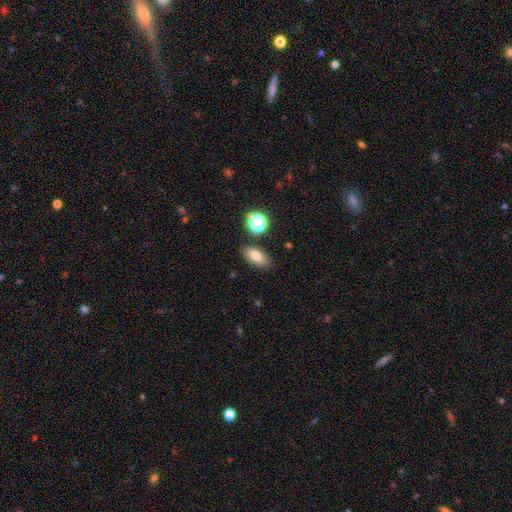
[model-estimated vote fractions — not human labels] Smooth or featured?
  - smooth: 76% *
  - featured or disk: 12%
  - star or artifact: 12%
How rounded?
  - in between: 86% *
  - round: 9%
  - cigar-shaped: 6%
Merging?
  - none: 83% *
  - minor disturbance: 11%
  - merger: 4%
  - major disturbance: 3%